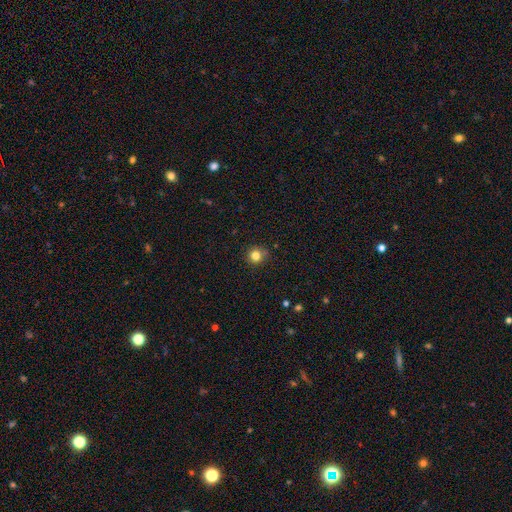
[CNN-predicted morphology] Q: Smooth or featured?
A: smooth (82%); runner-up: star or artifact (13%)
Q: How rounded?
A: round (92%); runner-up: in between (7%)
Q: Merging?
A: none (82%); runner-up: minor disturbance (13%)